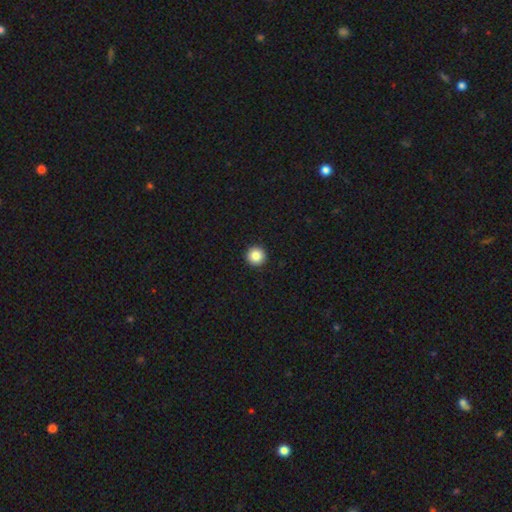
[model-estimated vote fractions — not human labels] Q: Smooth or featured?
A: smooth (86%); runner-up: star or artifact (9%)
Q: How rounded?
A: round (96%); runner-up: in between (3%)
Q: Merging?
A: none (94%); runner-up: minor disturbance (4%)